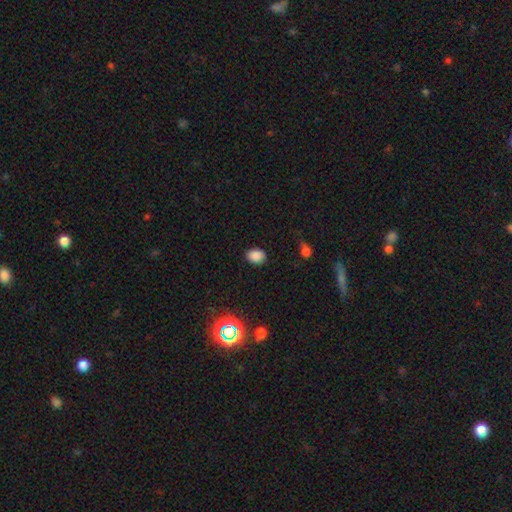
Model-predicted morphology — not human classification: This is clearly a smooth galaxy (85%). How rounded: likely in between (65%). Merging: clearly none (85%).